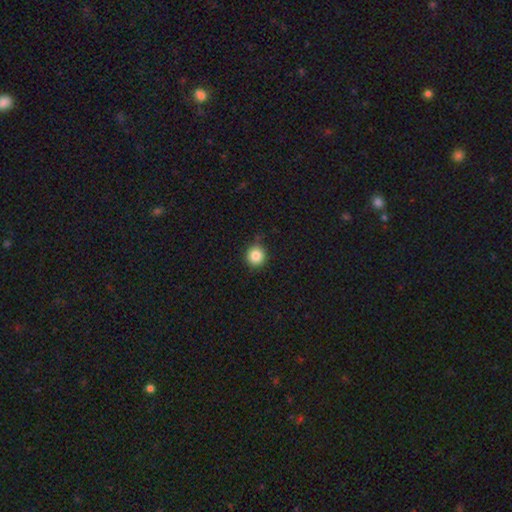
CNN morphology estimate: smooth 85%, star or artifact 10%, featured or disk 5%. Down the decision tree: how rounded — round (93%); merging — none (83%).